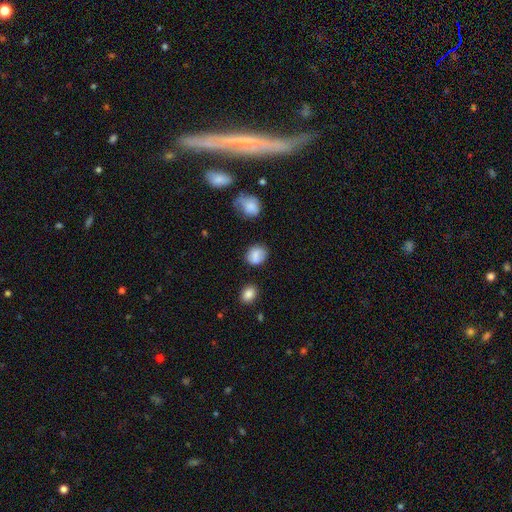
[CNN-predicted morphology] type=smooth (82%); roundness=round (53%); merging=none (73%).